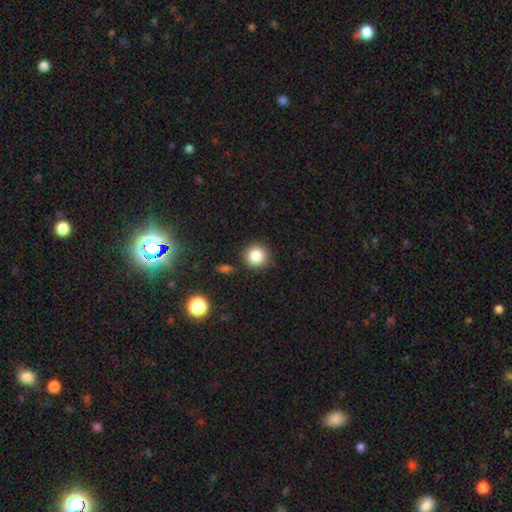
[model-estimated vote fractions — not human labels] Overall: smooth (84%). How rounded: round (92%). Merging: none (85%).